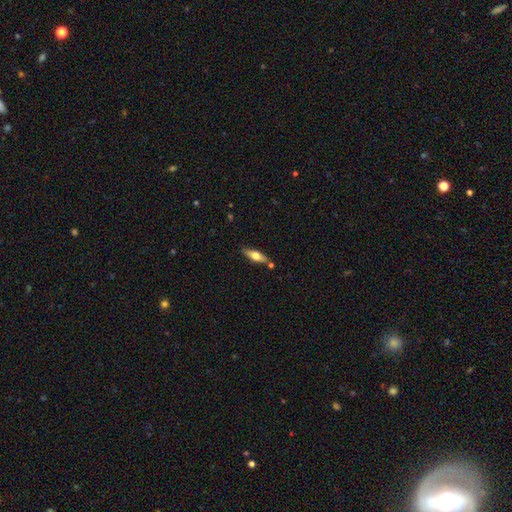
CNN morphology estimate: Smooth or featured? Predicted: smooth (p=0.47, tied with featured or disk). Merging? Predicted: none (p=0.79).